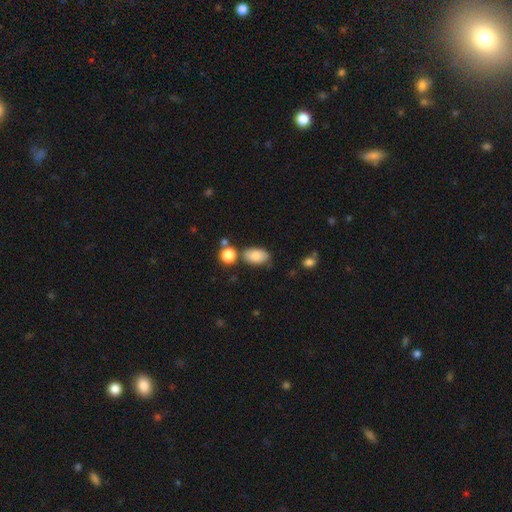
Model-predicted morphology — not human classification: Smooth or featured? Predicted: smooth (p=0.83). How rounded? Predicted: in between (p=0.91). Merging? Predicted: none (p=0.65).